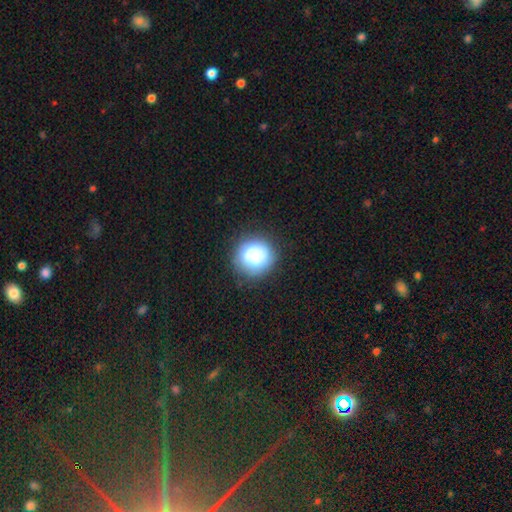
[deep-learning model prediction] Smooth or featured? smooth (75%)
How rounded? round (90%)
Merging? none (78%)